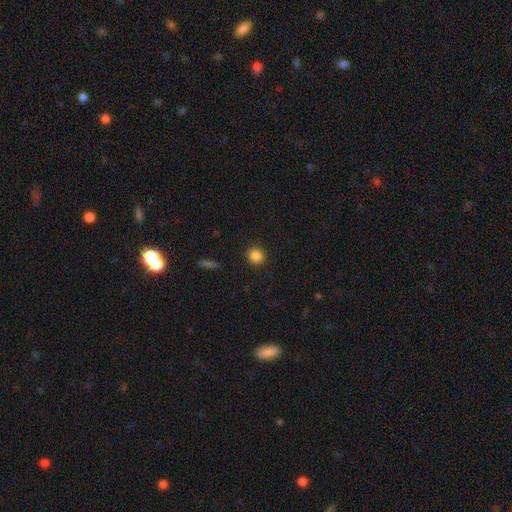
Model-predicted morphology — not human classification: smooth-or-featured: smooth: 86% | star or artifact: 11% | featured or disk: 4%
  how-rounded: round: 92% | in between: 7% | cigar-shaped: 1%
  merging: none: 91% | minor disturbance: 6% | major disturbance: 2% | merger: 1%